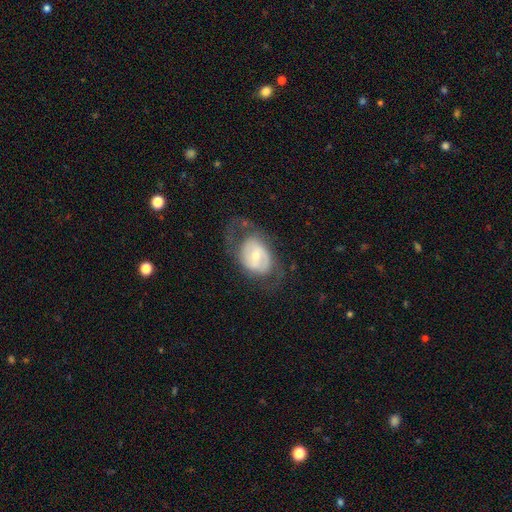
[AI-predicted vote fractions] This is likely a featured or disk galaxy (68%). It is clearly not viewed edge-on (95%). Bar: possibly no (47%). Spiral arm pattern: likely yes (63%). Central bulge: possibly small (47%, tied with moderate). Merging: possibly none (53%).